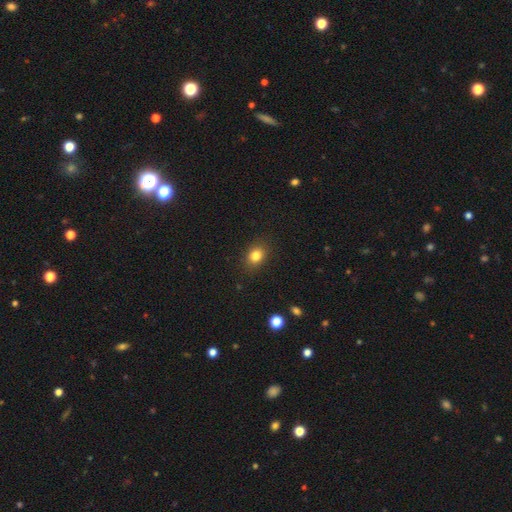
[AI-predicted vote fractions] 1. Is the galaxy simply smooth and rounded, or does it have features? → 83% smooth, 11% star or artifact, 6% featured or disk.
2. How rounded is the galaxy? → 54% in between, 45% round, 1% cigar-shaped.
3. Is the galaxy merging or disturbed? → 87% none, 10% minor disturbance, 3% major disturbance, 1% merger.